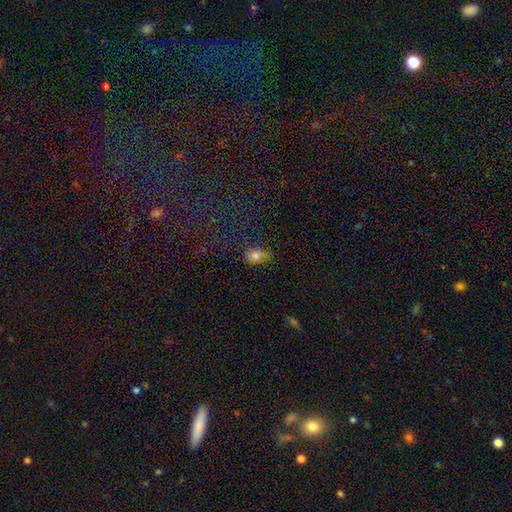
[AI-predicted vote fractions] Q: Smooth or featured?
A: smooth (69%); runner-up: star or artifact (19%)
Q: How rounded?
A: in between (57%); runner-up: round (41%)
Q: Merging?
A: none (60%); runner-up: minor disturbance (25%)